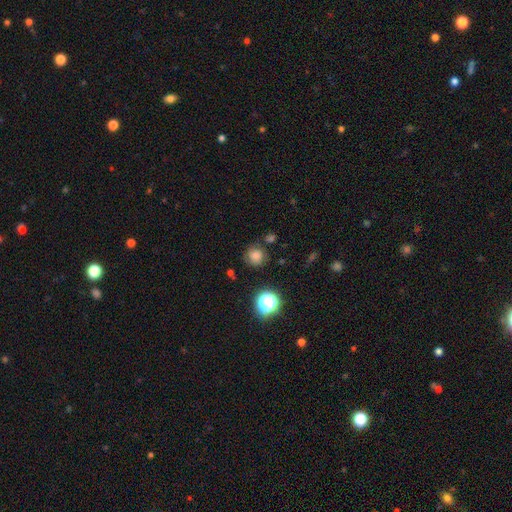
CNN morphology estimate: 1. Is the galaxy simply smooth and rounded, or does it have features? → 70% smooth, 17% star or artifact, 12% featured or disk.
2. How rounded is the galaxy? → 88% round, 11% in between, 1% cigar-shaped.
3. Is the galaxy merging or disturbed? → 72% none, 17% minor disturbance, 7% major disturbance, 4% merger.